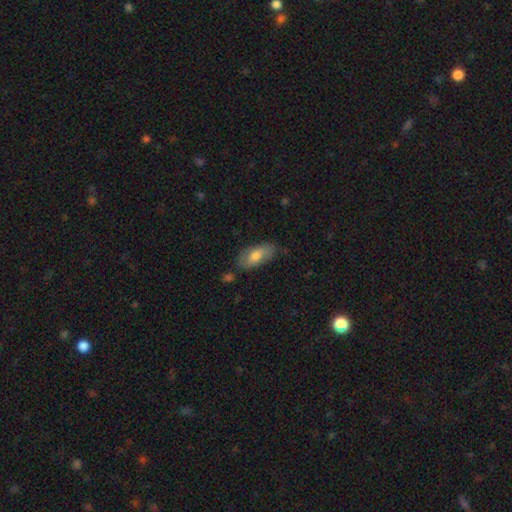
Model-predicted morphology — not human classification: smooth-or-featured: smooth: 72% | featured or disk: 22% | star or artifact: 6%
  how-rounded: in between: 86% | cigar-shaped: 11% | round: 3%
  merging: none: 73% | minor disturbance: 20% | major disturbance: 4% | merger: 3%